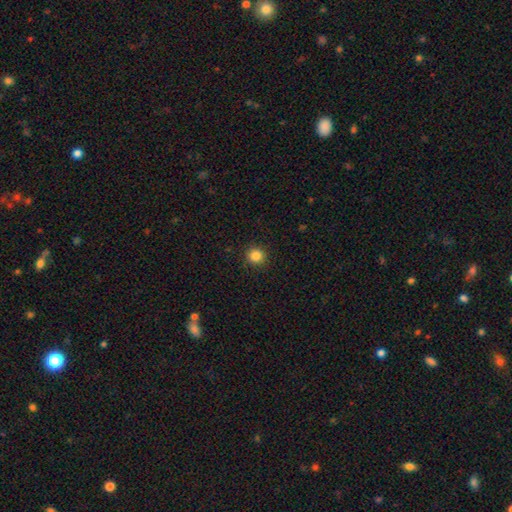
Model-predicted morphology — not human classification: smooth 85%, star or artifact 11%, featured or disk 4%. Down the decision tree: how rounded — round (92%); merging — none (92%).